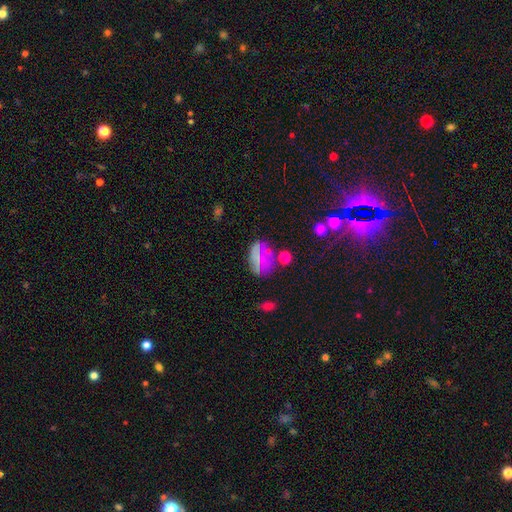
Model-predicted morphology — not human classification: smooth-or-featured: smooth: 50% | featured or disk: 29% | star or artifact: 20%
  how-rounded: in between: 62% | round: 36% | cigar-shaped: 2%
  merging: none: 44% | minor disturbance: 22% | major disturbance: 21% | merger: 12%